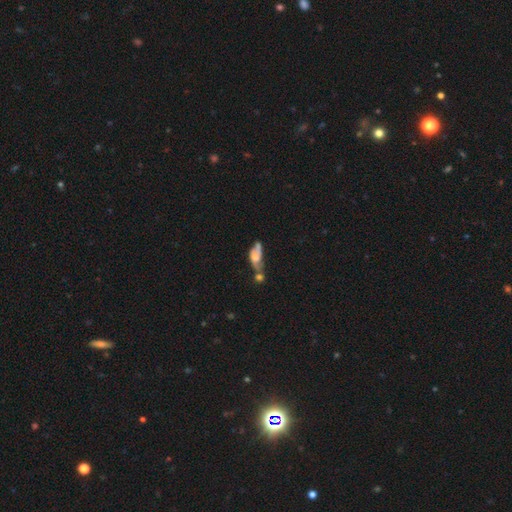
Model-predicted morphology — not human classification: type=featured or disk (47%); merging=merger (48%).